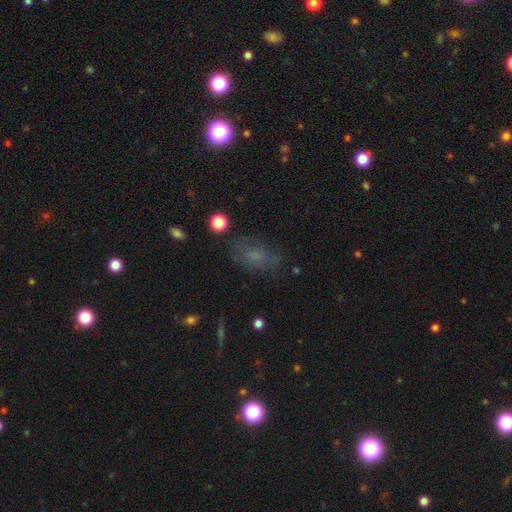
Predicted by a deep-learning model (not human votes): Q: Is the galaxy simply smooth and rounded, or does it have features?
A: smooth — 51%.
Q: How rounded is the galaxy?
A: in between — 81%.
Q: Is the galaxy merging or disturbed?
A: none — 64%.